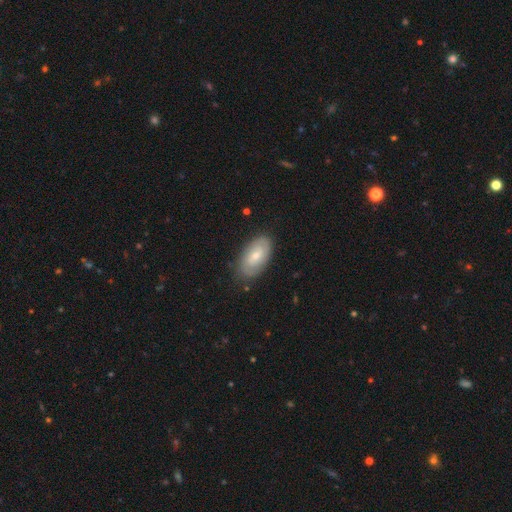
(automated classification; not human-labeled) Overall: featured or disk (48%; smooth 46%). Merging: none (80%).